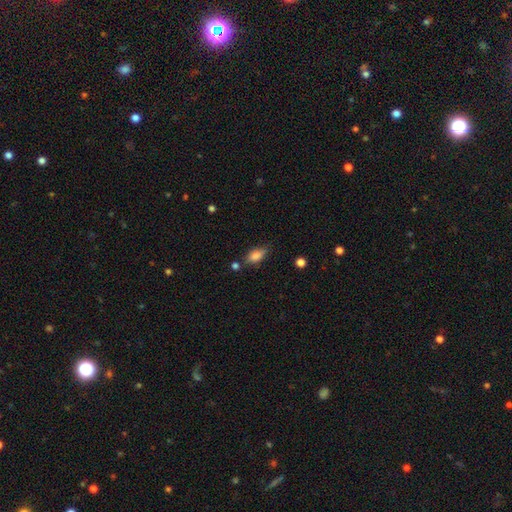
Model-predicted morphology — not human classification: A smooth galaxy with no disk features (83%) that is in between round and cigar-shaped (85%). Merging: none (68%).